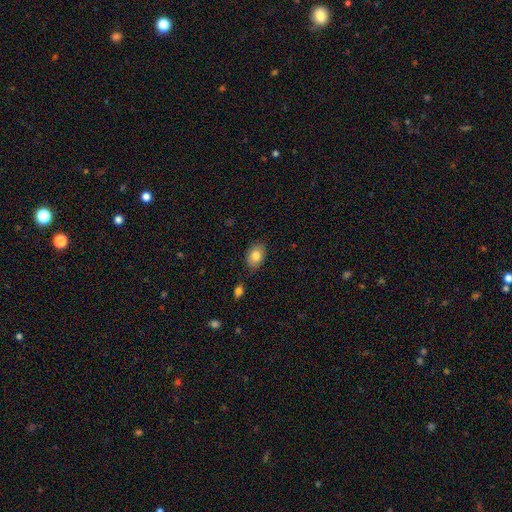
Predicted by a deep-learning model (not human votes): Overall: smooth (82%). How rounded: in between (78%). Merging: none (80%).